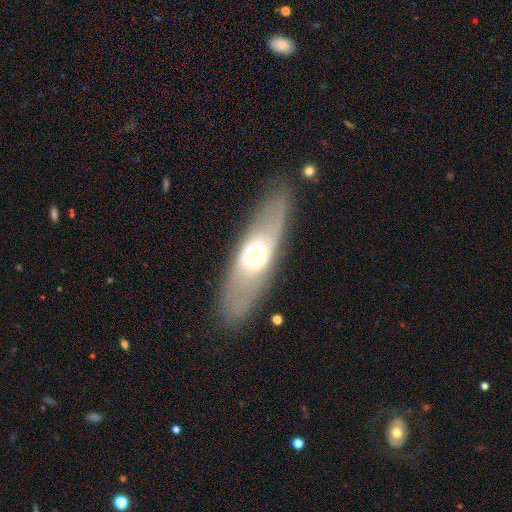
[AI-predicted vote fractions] This is likely a featured or disk galaxy (65%). It is likely not viewed edge-on (71%). Merging: clearly none (81%).